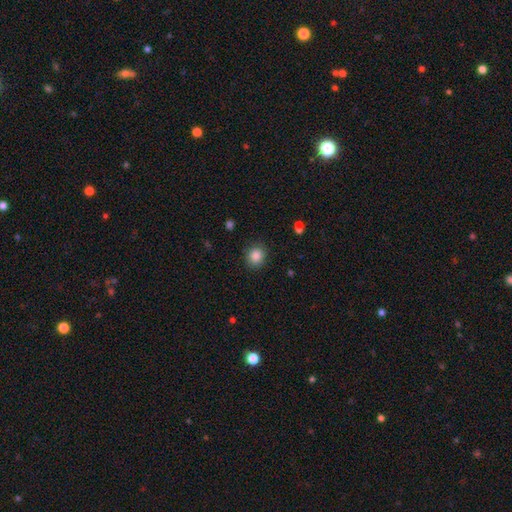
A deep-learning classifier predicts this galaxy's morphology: Smooth or featured? Predicted: smooth (p=0.86). How rounded? Predicted: round (p=0.81). Merging? Predicted: none (p=0.88).